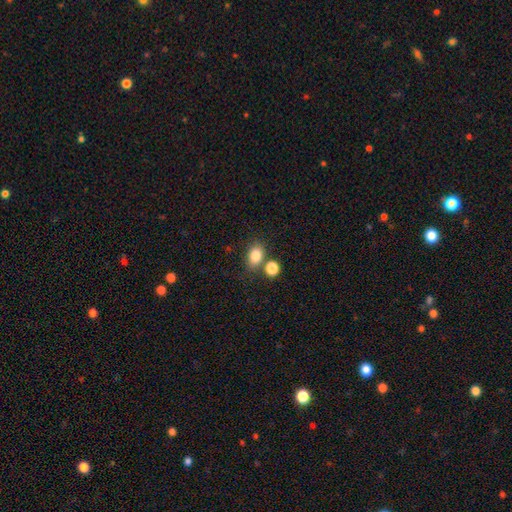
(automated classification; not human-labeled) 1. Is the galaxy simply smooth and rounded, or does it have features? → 83% smooth, 10% star or artifact, 7% featured or disk.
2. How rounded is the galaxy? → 70% in between, 28% round, 1% cigar-shaped.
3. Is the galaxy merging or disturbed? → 66% none, 19% merger, 12% minor disturbance, 4% major disturbance.